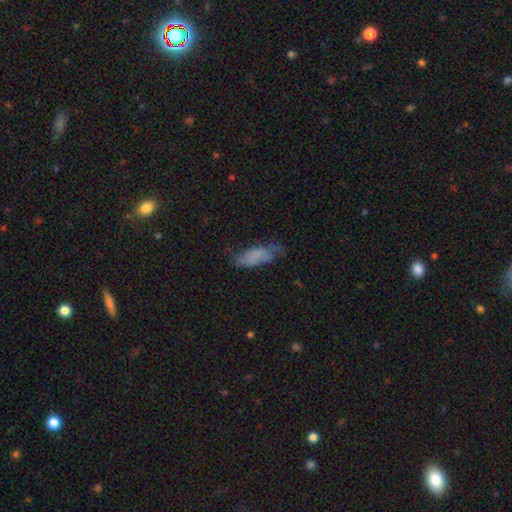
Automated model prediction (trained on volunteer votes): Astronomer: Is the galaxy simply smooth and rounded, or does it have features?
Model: smooth — 68%.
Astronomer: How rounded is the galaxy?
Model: in between — 69%.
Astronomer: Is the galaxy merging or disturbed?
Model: none — 44% (runner-up: minor disturbance, 34%).